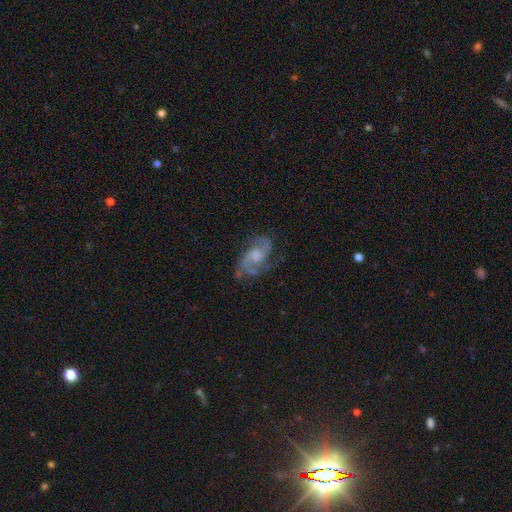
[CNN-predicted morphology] featured or disk 84%, smooth 10%, star or artifact 6%. Down the decision tree: edge-on disk — no (97%); bar — no (55%); spiral arms — yes (96%); spiral arm count — 2 (85%); spiral winding — medium (54%); bulge size — moderate (41%); merging — none (68%).